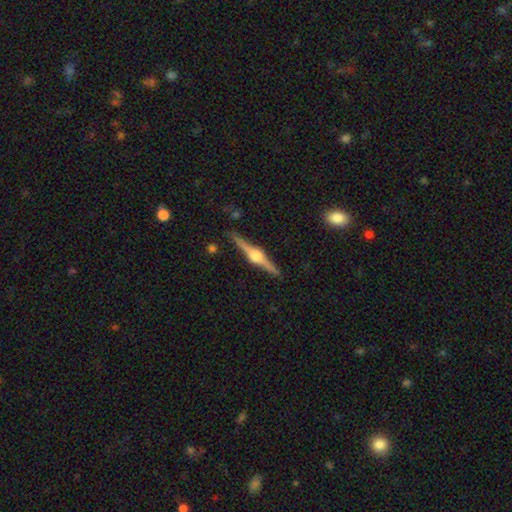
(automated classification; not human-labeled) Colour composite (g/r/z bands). It shows a featured or disk galaxy (87%) viewed edge-on (98%) with a rounded central bulge (94%). Merging: none (89%).